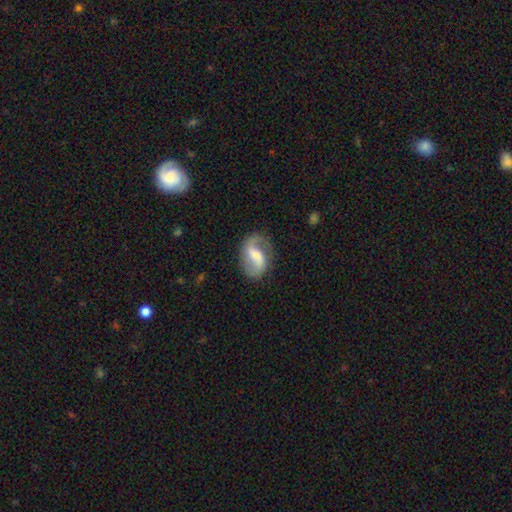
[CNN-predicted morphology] Overall: featured or disk (77%). Edge-on disk: no (97%). Bar: weak (48%; strong 33%). Spiral arms: yes (92%). Spiral arm count: 2 (85%). Spiral winding: loose (51%; medium 38%). Bulge size: moderate (45%; small 34%). Merging: none (75%).